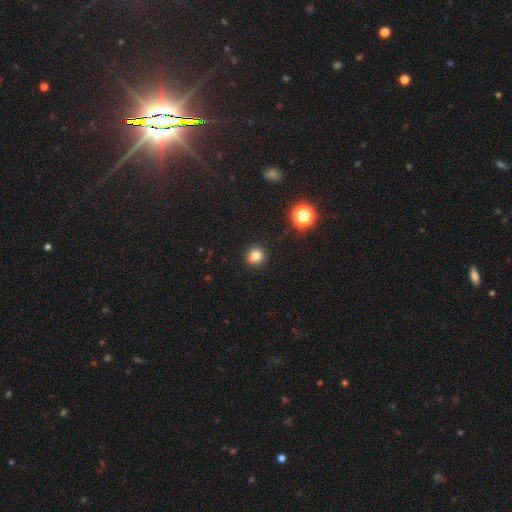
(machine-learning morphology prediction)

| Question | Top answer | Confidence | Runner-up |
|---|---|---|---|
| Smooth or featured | smooth | 81% | star or artifact (14%) |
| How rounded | round | 91% | in between (8%) |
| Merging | none | 89% | minor disturbance (7%) |